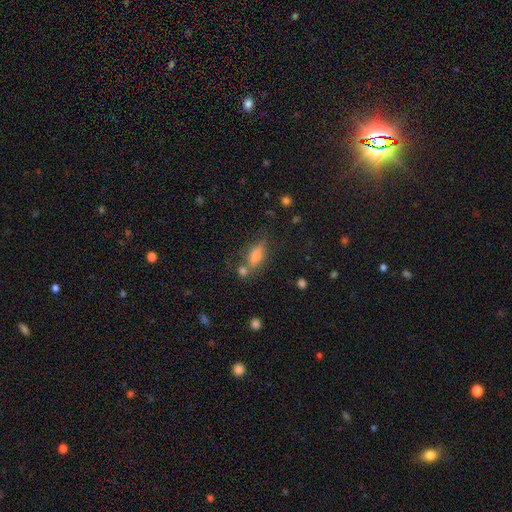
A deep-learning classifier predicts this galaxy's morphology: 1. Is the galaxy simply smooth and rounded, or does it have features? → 69% smooth, 20% featured or disk, 11% star or artifact.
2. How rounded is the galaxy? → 72% in between, 23% cigar-shaped, 5% round.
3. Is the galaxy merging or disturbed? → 58% none, 20% merger, 16% minor disturbance, 6% major disturbance.